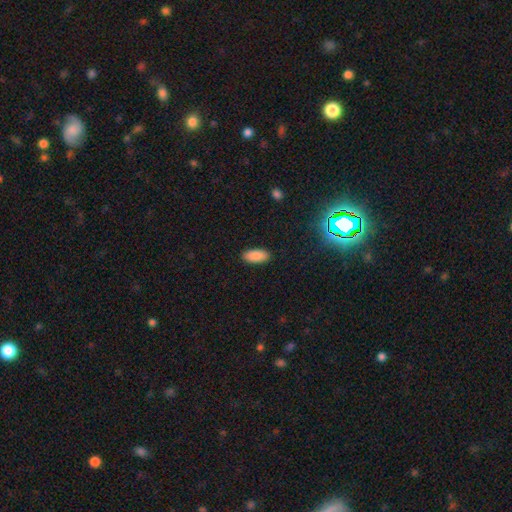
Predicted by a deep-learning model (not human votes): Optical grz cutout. It shows a smooth galaxy with no disk features (88%) that is in between round and cigar-shaped (89%). Merging: none (89%).